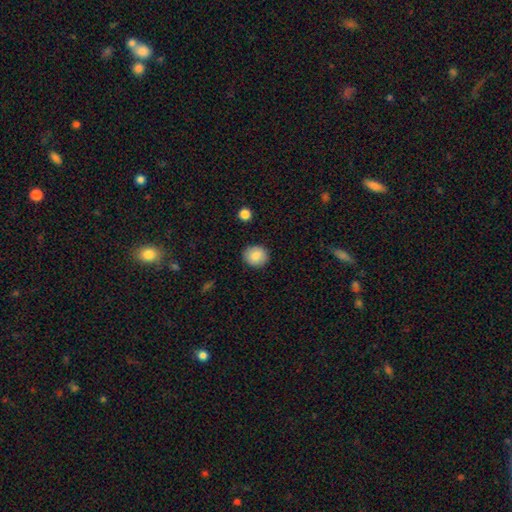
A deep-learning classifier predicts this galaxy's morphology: Smooth or featured: smooth — 87% (star or artifact — 8%)
How rounded: round — 80% (in between — 19%)
Merging: none — 90% (minor disturbance — 7%)